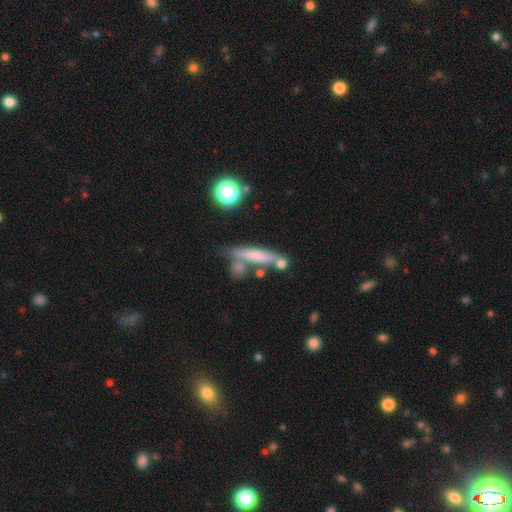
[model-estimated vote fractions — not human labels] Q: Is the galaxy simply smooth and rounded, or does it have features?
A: smooth — 56%.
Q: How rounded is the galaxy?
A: cigar-shaped — 84%.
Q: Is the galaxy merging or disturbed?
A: none — 58%.